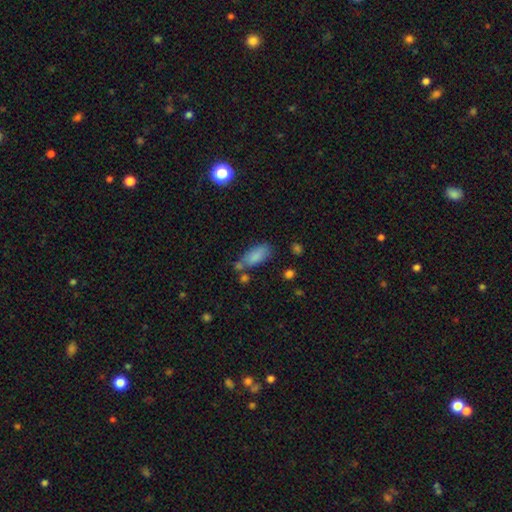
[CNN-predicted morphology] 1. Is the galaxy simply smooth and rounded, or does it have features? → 83% smooth, 9% featured or disk, 8% star or artifact.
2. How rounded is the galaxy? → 84% in between, 14% cigar-shaped, 2% round.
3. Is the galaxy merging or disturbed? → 55% none, 22% minor disturbance, 15% merger, 8% major disturbance.